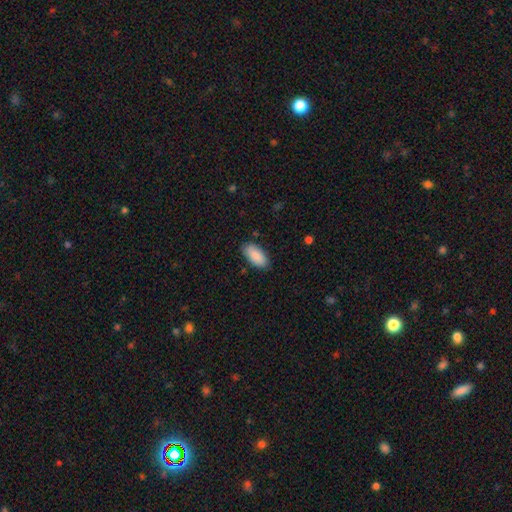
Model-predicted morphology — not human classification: This appears to be a smooth galaxy with no disk features (90%) that is in between round and cigar-shaped (92%). Merging: none (85%).